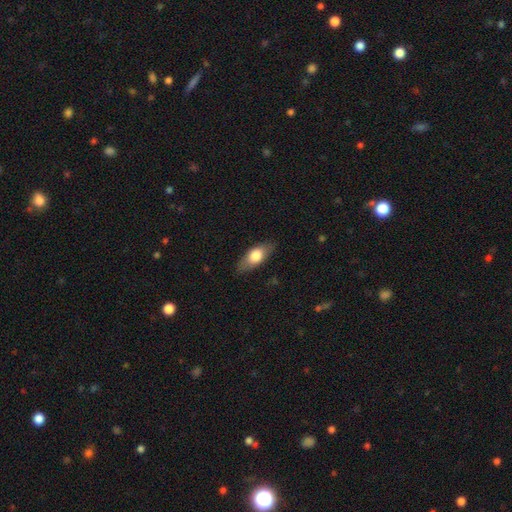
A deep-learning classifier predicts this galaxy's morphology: Smooth or featured: smooth — 70% (featured or disk — 24%)
How rounded: in between — 81% (cigar-shaped — 15%)
Merging: none — 83% (minor disturbance — 13%)